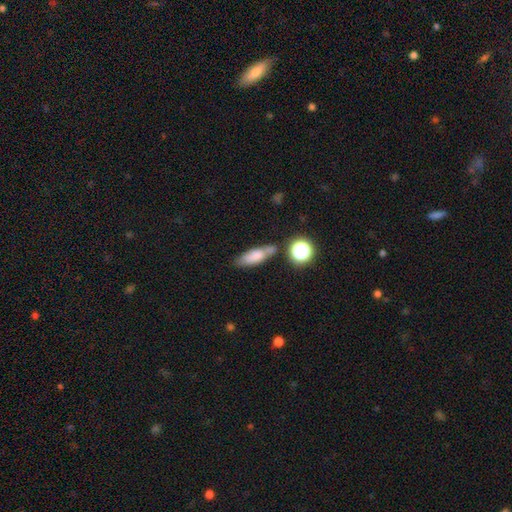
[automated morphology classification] This appears to be a smooth galaxy with no disk features (71%) that is in between round and cigar-shaped (51%). Merging: none (56%).